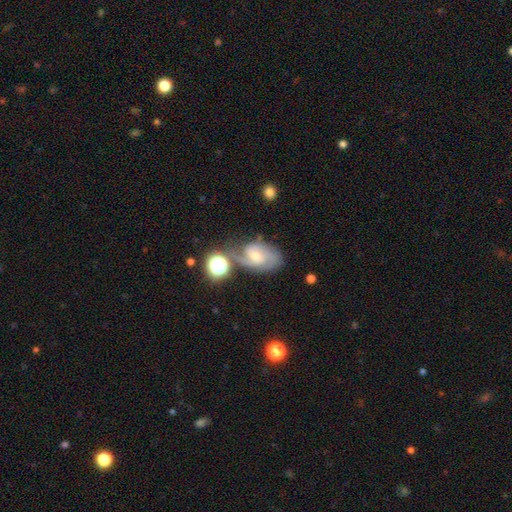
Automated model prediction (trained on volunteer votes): Smooth or featured? featured or disk (72%)
Edge-on disk? no (96%)
Bar? no (54%)
Spiral arms? yes (94%)
Spiral winding? medium (44%)
Spiral arm count? 2 (49%)
Bulge size? small (54%)
Merging? none (58%)